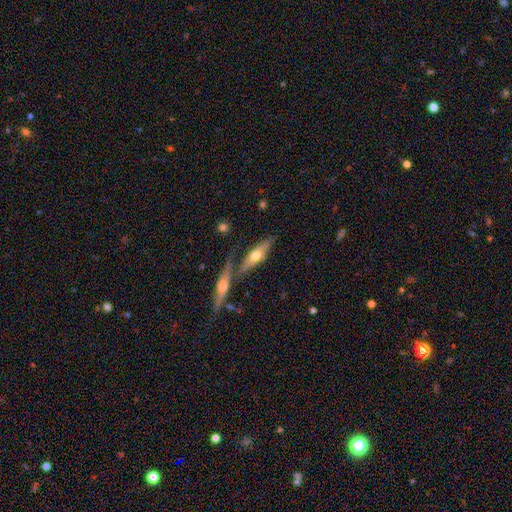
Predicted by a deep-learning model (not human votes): A featured or disk galaxy (48%). Merging: none (59%).